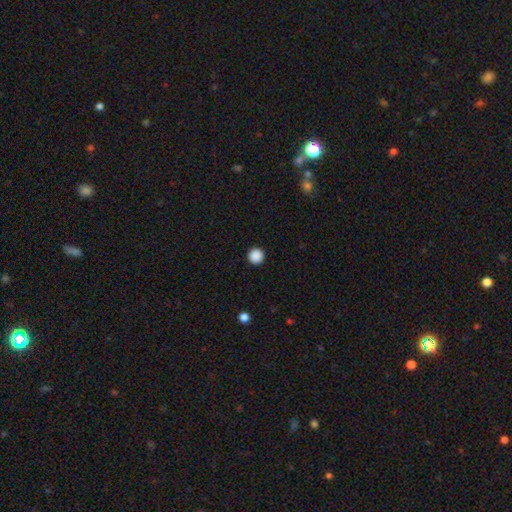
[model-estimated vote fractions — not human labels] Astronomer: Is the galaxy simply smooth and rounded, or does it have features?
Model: smooth — 89%.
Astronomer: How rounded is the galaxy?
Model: round — 97%.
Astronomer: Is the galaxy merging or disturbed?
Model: none — 94%.